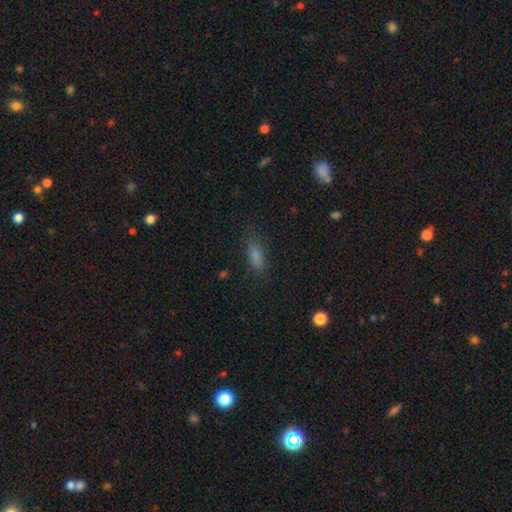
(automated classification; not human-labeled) The model was most divided on "how rounded": in between: 67%, cigar-shaped: 28%, round: 5%. More confident: merging — none (79%); smooth or featured — smooth (70%).